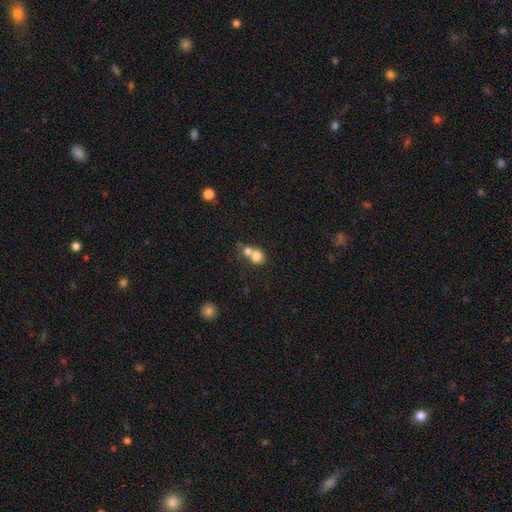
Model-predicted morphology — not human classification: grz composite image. It shows a smooth galaxy with no disk features (77%) that is round (71%). Merging: merger (61%).